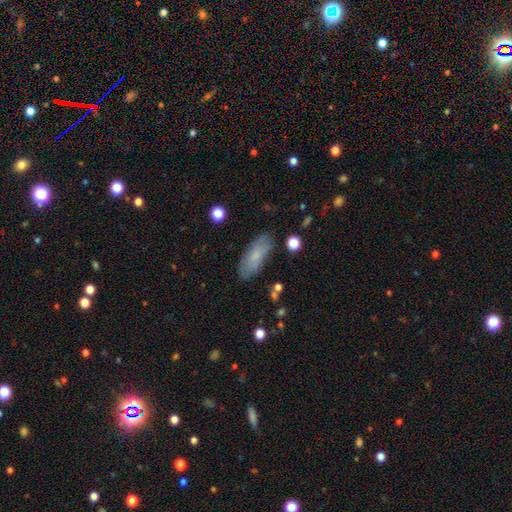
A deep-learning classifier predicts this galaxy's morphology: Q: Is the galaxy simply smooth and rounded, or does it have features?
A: smooth — 72%.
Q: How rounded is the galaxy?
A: in between — 76%.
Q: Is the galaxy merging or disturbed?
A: none — 79%.